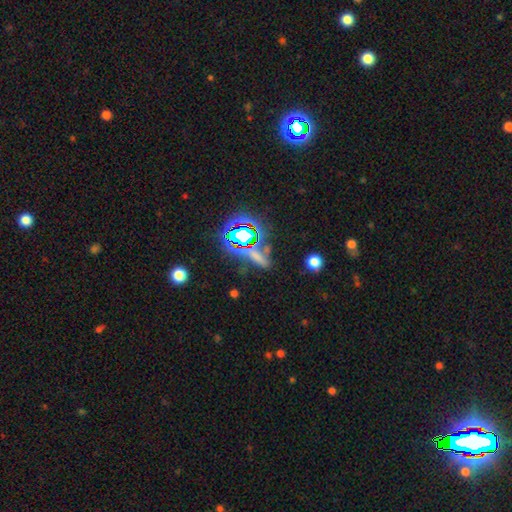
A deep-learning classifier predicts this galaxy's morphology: This appears to be a star or artifact, not a galaxy (47%).